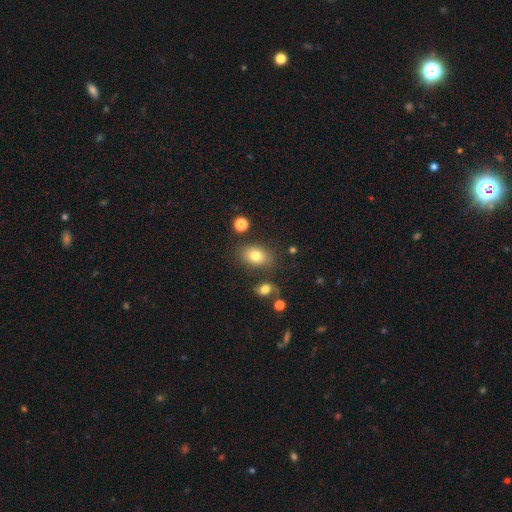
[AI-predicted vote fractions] smooth-or-featured: smooth: 79% | featured or disk: 11% | star or artifact: 10%
  how-rounded: in between: 79% | round: 20% | cigar-shaped: 1%
  merging: none: 78% | minor disturbance: 12% | merger: 5% | major disturbance: 4%